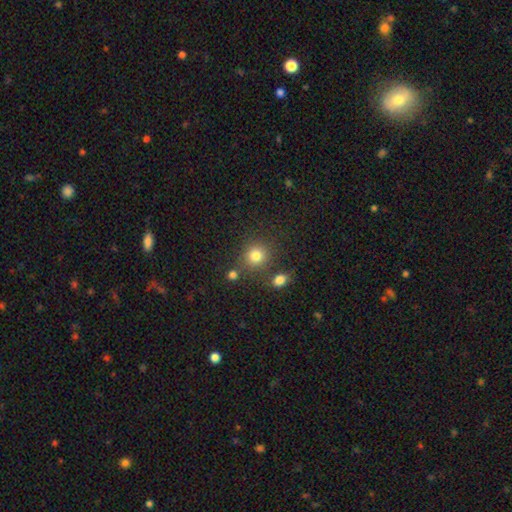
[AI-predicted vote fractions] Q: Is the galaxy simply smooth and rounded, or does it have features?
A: smooth — 80%.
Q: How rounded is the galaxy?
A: round — 87%.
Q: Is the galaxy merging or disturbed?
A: none — 75%.